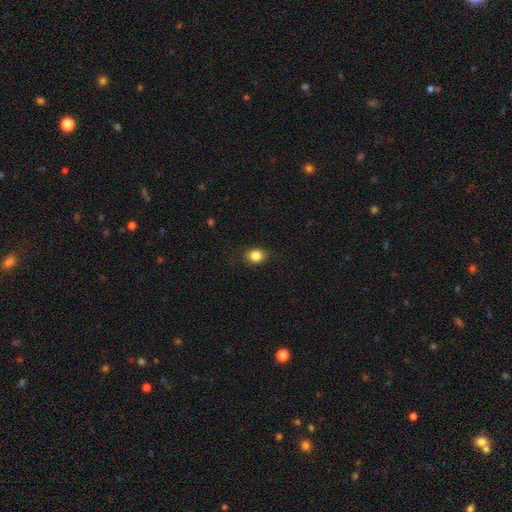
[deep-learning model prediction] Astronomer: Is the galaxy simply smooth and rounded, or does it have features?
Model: smooth — 84%.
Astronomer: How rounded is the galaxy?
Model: round — 51% (runner-up: in between, 48%).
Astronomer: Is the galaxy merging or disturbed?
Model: none — 85%.